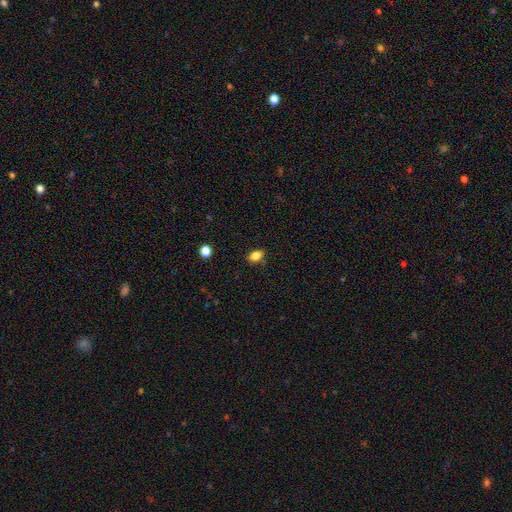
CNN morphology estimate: Overall: smooth (83%). How rounded: in between (81%). Merging: none (83%).